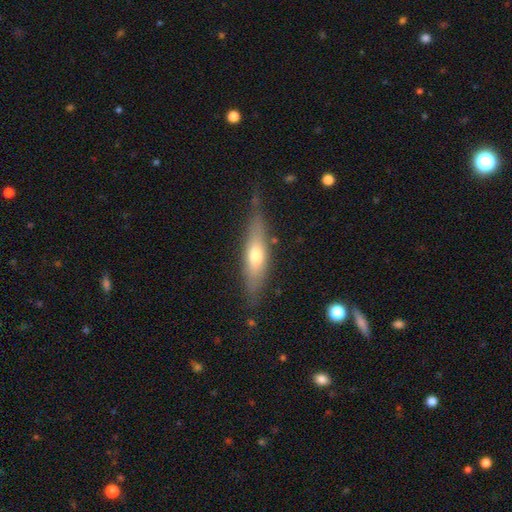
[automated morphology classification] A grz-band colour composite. It shows a smooth galaxy with no disk features (53%) that is cigar-shaped (63%). Merging: none (72%).